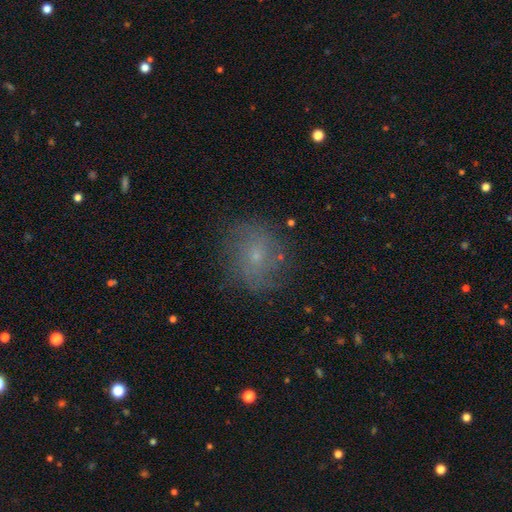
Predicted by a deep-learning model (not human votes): smooth_or_featured: smooth (p=0.41) [alt: featured or disk p=0.40]
merging: none (p=0.77) [alt: minor disturbance p=0.15]